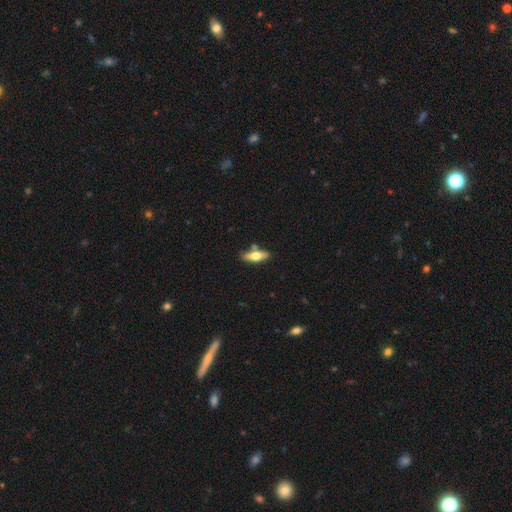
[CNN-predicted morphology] The model was most divided on "smooth or featured": smooth: 57%, featured or disk: 38%, star or artifact: 6%. More confident: merging — none (77%); how rounded — in between (58%).